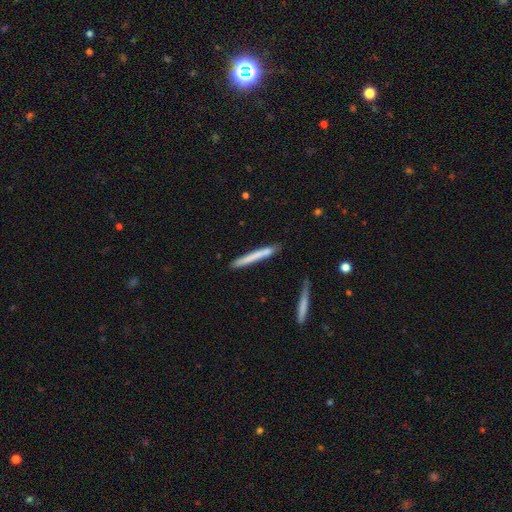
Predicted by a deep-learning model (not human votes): Overall: smooth (65%; featured or disk 30%). How rounded: cigar-shaped (97%). Merging: none (84%).